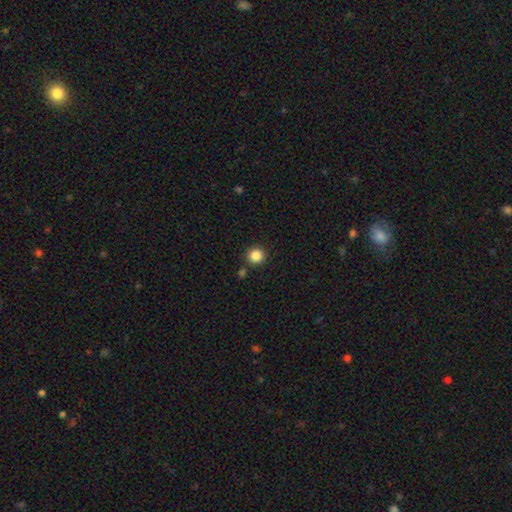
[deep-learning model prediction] This appears to be a smooth galaxy with no disk features (86%) that is round (93%). Merging: none (88%).